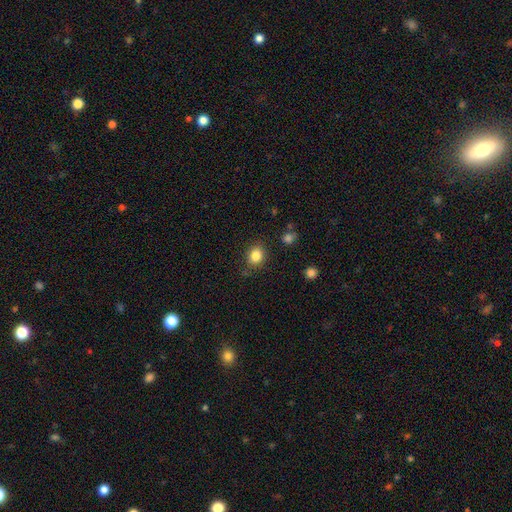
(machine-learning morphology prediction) Smooth or featured: smooth — 84% (star or artifact — 10%)
How rounded: round — 64% (in between — 35%)
Merging: none — 83% (minor disturbance — 11%)